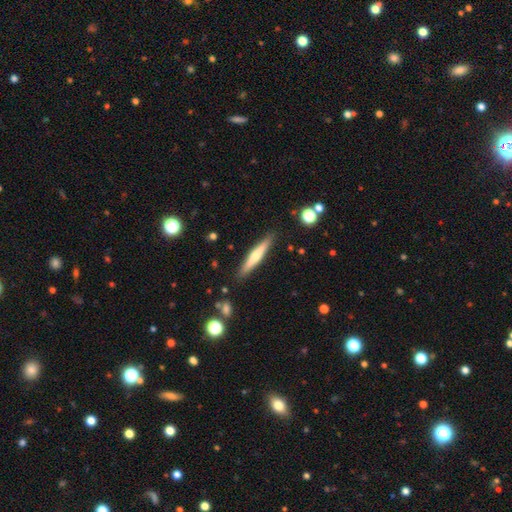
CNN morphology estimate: Smooth or featured: smooth — 49% (featured or disk — 45%)
Merging: none — 88% (minor disturbance — 8%)